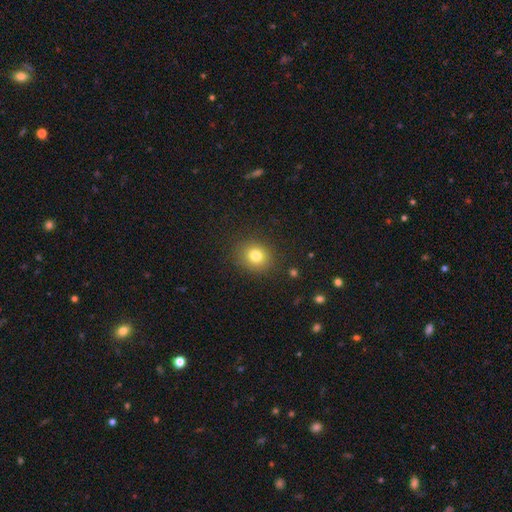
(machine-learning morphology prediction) This appears to be a smooth galaxy with no disk features (79%) that is round (76%). Merging: none (87%).